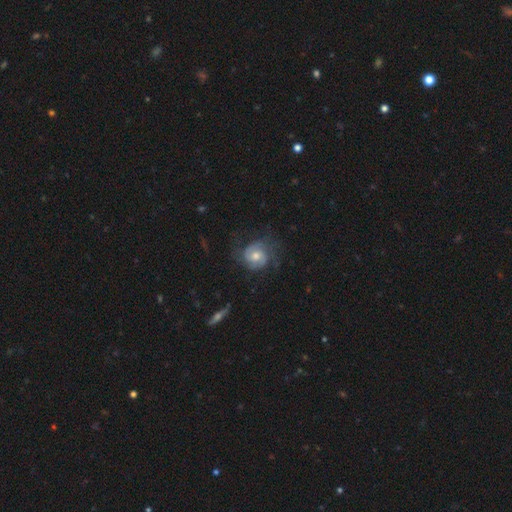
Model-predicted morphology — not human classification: featured or disk 79%, smooth 14%, star or artifact 7%. Down the decision tree: edge-on disk — no (97%); bar — no (59%); spiral arms — yes (94%); spiral arm count — 2 (57%); spiral winding — tight (49%); bulge size — moderate (68%); merging — none (67%).